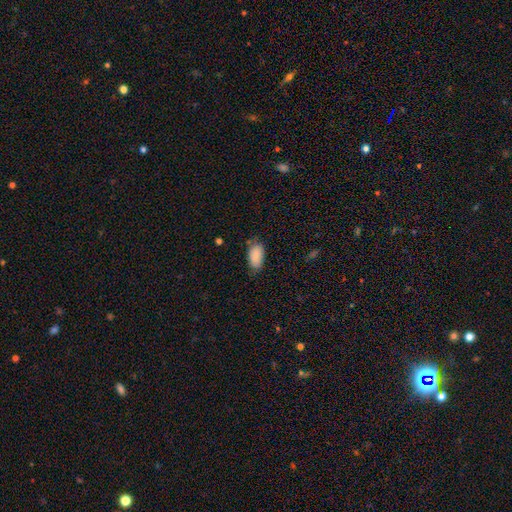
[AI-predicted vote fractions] smooth-or-featured: smooth: 88% | star or artifact: 7% | featured or disk: 6%
  how-rounded: in between: 94% | round: 3% | cigar-shaped: 2%
  merging: none: 71% | minor disturbance: 23% | major disturbance: 4% | merger: 2%